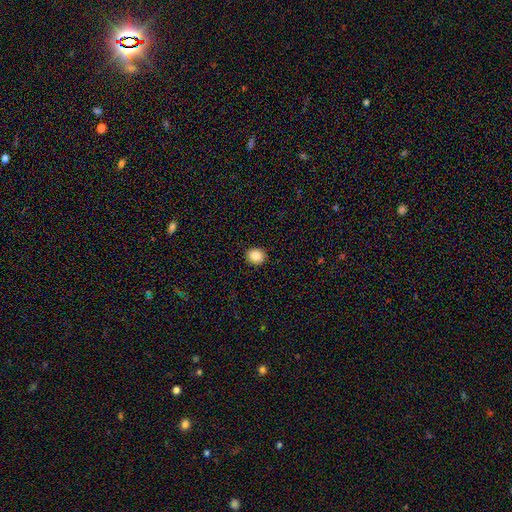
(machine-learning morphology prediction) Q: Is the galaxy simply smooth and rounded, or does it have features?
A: smooth — 85%.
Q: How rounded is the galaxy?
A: round — 74%.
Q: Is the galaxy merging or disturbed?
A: none — 92%.